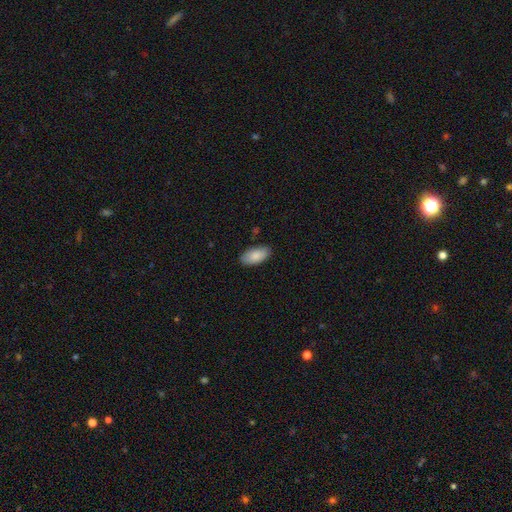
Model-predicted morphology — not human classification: Smooth or featured? smooth (87%)
How rounded? in between (94%)
Merging? none (85%)